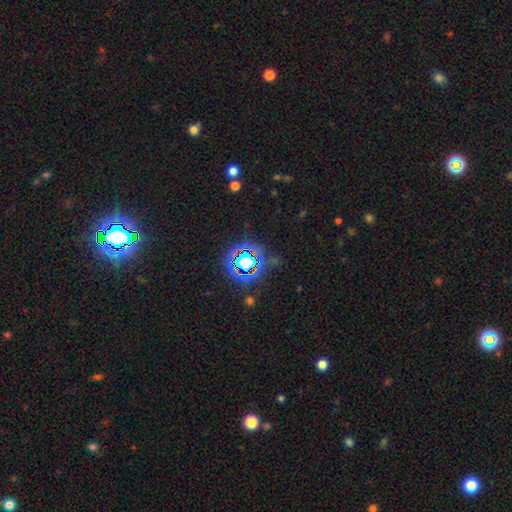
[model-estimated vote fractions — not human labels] Smooth or featured? star or artifact (79%)